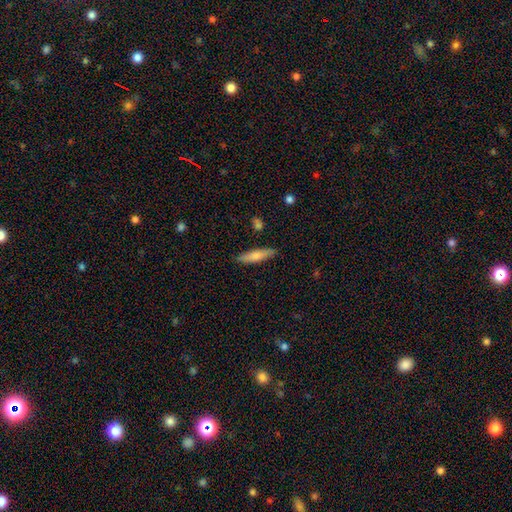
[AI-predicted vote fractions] smooth_or_featured: smooth (p=0.71) [alt: featured or disk p=0.23]
how_rounded: cigar-shaped (p=0.74) [alt: in between p=0.24]
merging: none (p=0.86) [alt: minor disturbance p=0.10]